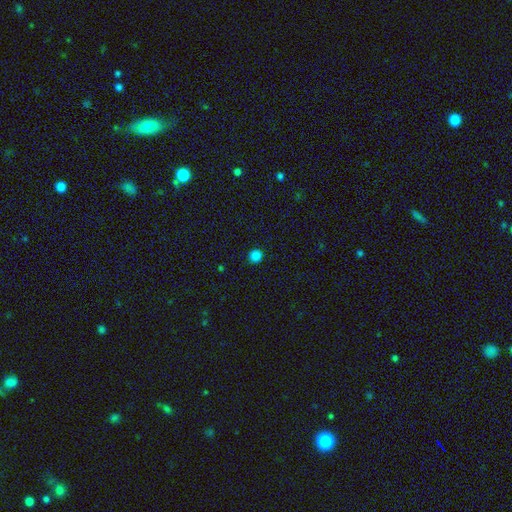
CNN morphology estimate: smooth 84%, star or artifact 13%, featured or disk 3%. Down the decision tree: how rounded — round (93%); merging — none (92%).